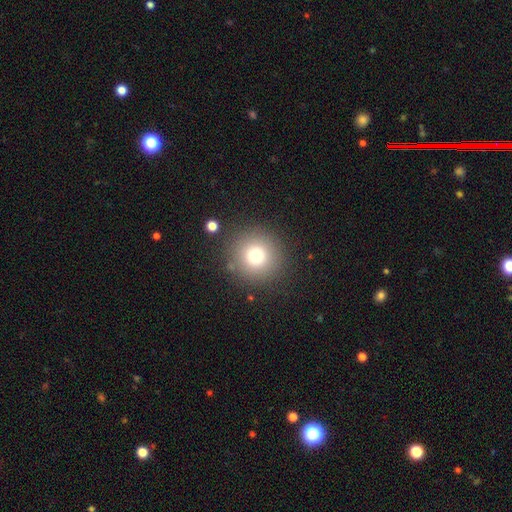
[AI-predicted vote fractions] Overall: smooth (75%). How rounded: round (95%). Merging: none (87%).